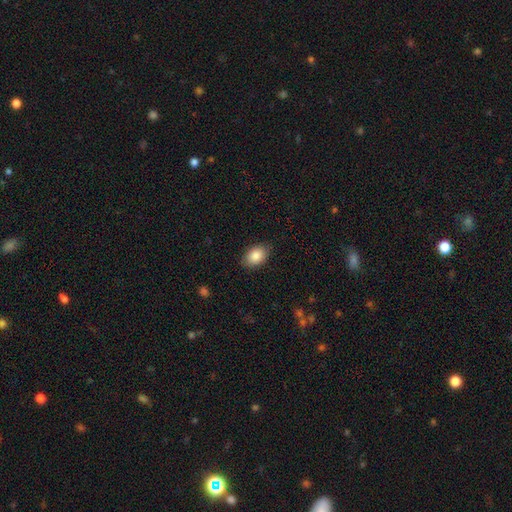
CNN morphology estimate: Q: Smooth or featured?
A: smooth (86%); runner-up: star or artifact (7%)
Q: How rounded?
A: in between (86%); runner-up: round (13%)
Q: Merging?
A: none (85%); runner-up: minor disturbance (12%)